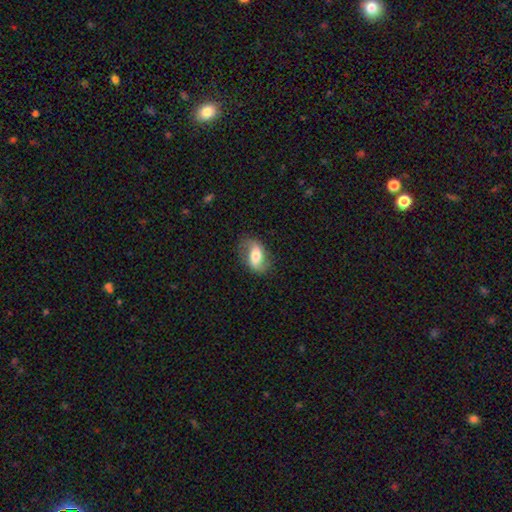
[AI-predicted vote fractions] This appears to be a featured or disk galaxy (51%). Merging: none (72%).